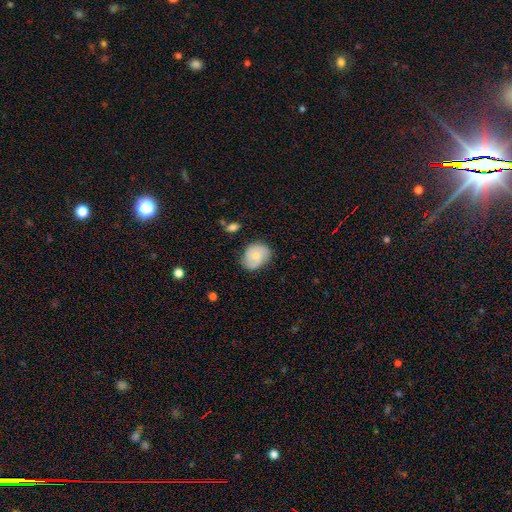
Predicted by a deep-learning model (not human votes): Smooth or featured? smooth (54%)
How rounded? in between (52%)
Merging? none (67%)